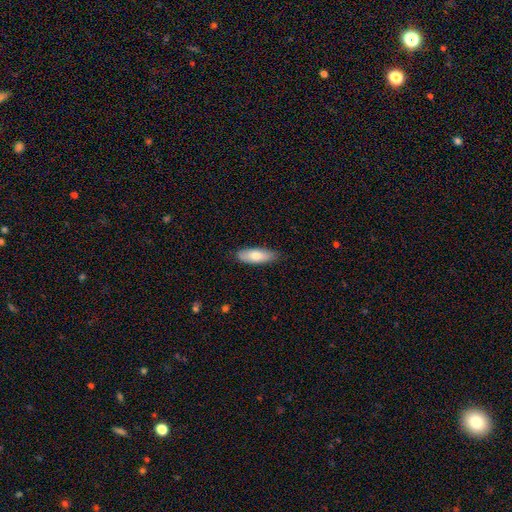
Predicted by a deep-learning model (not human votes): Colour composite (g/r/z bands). It shows a smooth galaxy with no disk features (76%) that is in between round and cigar-shaped (66%). Merging: none (83%).